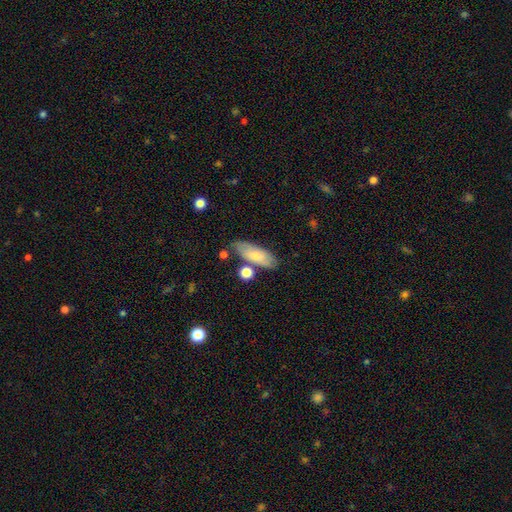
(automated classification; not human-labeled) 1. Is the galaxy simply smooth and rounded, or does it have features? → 71% smooth, 22% featured or disk, 7% star or artifact.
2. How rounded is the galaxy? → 70% in between, 27% cigar-shaped, 4% round.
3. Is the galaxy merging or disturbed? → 70% none, 16% minor disturbance, 10% merger, 4% major disturbance.